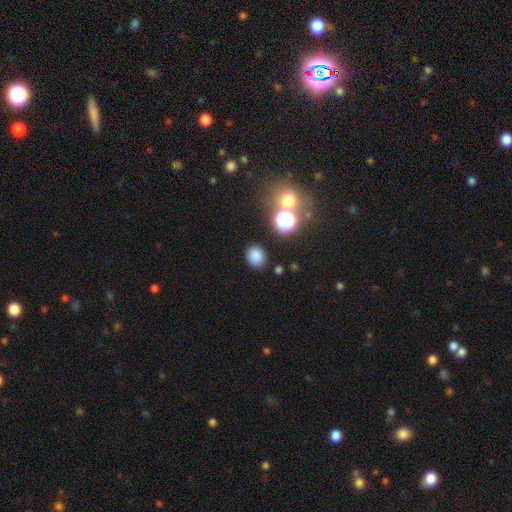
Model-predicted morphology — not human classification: The model was most divided on "how rounded": round: 71%, in between: 28%, cigar-shaped: 1%. More confident: merging — none (85%); smooth or featured — smooth (81%).